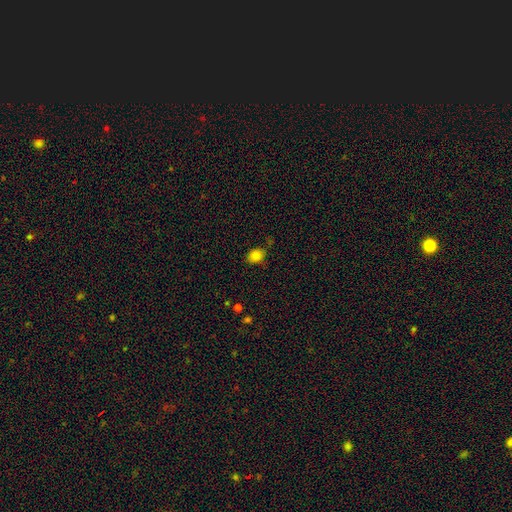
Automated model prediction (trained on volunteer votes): This is clearly a smooth galaxy (83%). How rounded: possibly in between (54%). Merging: likely none (76%).